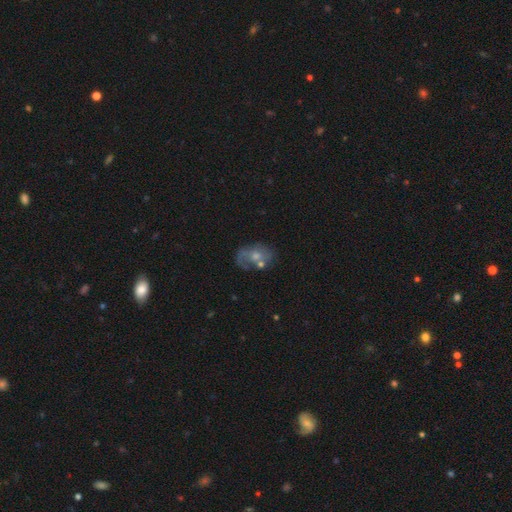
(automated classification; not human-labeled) Smooth or featured?
  - featured or disk: 56% *
  - smooth: 29%
  - star or artifact: 15%
Edge-on disk?
  - no: 95% *
  - yes: 5%
Bar?
  - no: 77% *
  - weak: 19%
  - strong: 4%
Spiral arms?
  - yes: 56% *
  - no: 44%
Bulge size?
  - moderate: 47% *
  - small: 40%
  - none: 8%
  - large: 4%
  - dominant: 2%
Merging?
  - none: 47% *
  - minor disturbance: 21%
  - merger: 16%
  - major disturbance: 16%